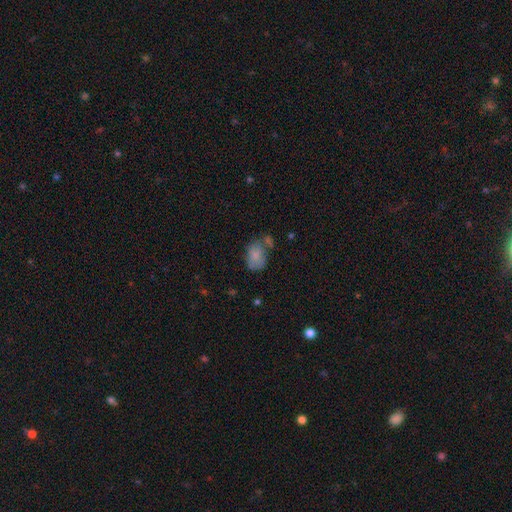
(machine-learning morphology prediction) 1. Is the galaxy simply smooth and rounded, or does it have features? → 78% smooth, 13% featured or disk, 9% star or artifact.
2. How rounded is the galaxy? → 79% in between, 19% round, 1% cigar-shaped.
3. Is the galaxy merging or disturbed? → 45% none, 24% minor disturbance, 21% merger, 11% major disturbance.